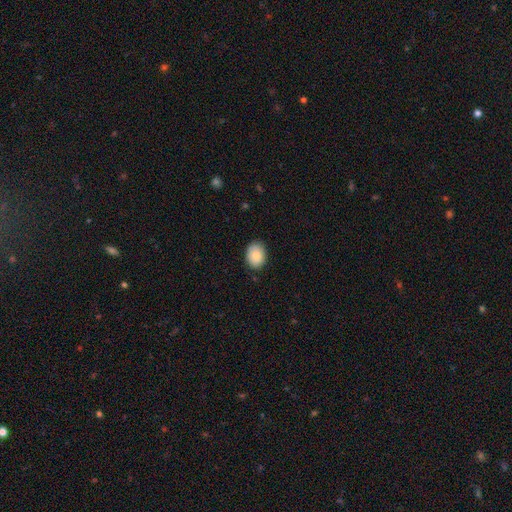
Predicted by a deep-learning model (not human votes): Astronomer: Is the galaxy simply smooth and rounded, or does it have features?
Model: smooth — 85%.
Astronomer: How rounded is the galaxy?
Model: in between — 68%.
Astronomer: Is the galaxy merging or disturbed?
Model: none — 84%.